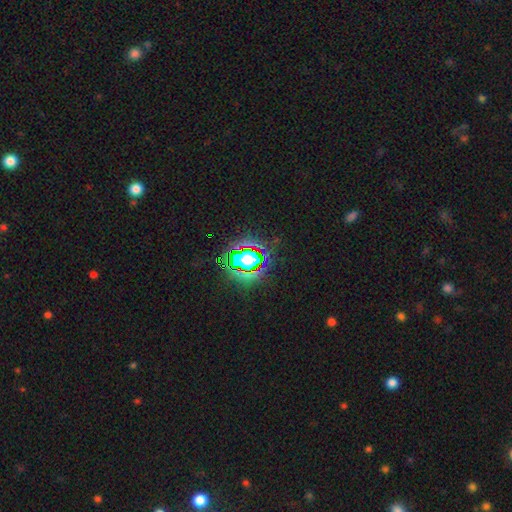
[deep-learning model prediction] Smooth or featured?
  - star or artifact: 81% *
  - smooth: 12%
  - featured or disk: 7%